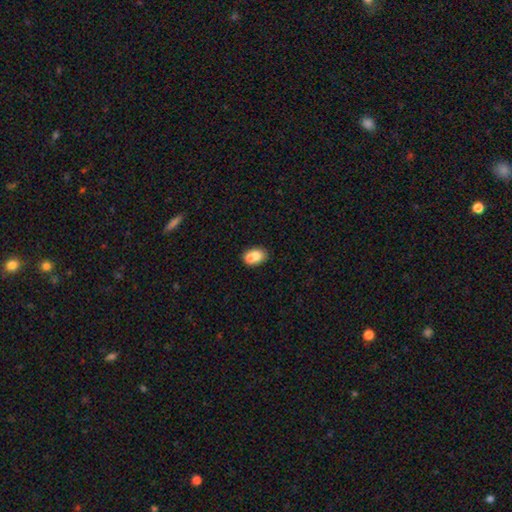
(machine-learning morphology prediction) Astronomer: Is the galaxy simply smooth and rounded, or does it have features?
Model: smooth — 73%.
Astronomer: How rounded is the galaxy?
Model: in between — 71%.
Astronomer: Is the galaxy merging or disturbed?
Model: merger — 48% (runner-up: none, 38%).